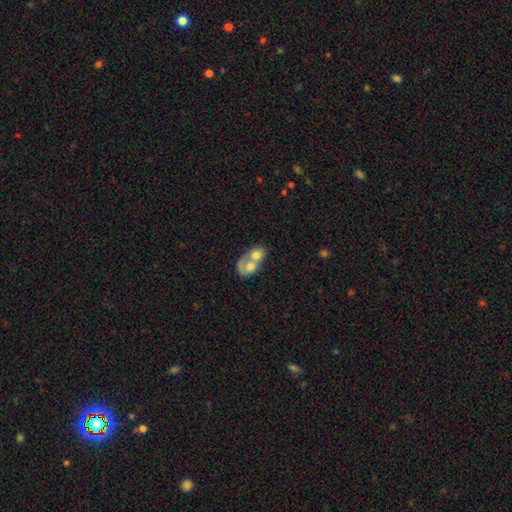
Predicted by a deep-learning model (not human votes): Smooth or featured?
  - smooth: 57% *
  - featured or disk: 36%
  - star or artifact: 7%
How rounded?
  - in between: 59% *
  - round: 39%
  - cigar-shaped: 2%
Merging?
  - merger: 81% *
  - none: 9%
  - major disturbance: 6%
  - minor disturbance: 4%